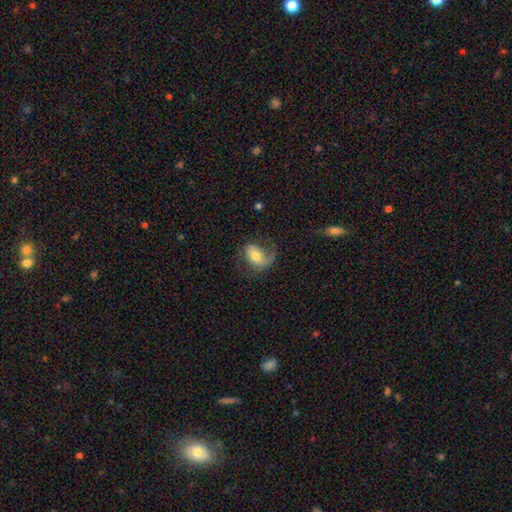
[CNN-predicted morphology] This is likely a featured or disk galaxy (63%). It is clearly not viewed edge-on (96%). Bar: marginally no (44%). Spiral arm pattern: clearly yes (87%). Spiral arm count: likely 2 (65%). Spiral winding: marginally loose (44%). Central bulge: likely moderate (64%). Merging: possibly none (59%).